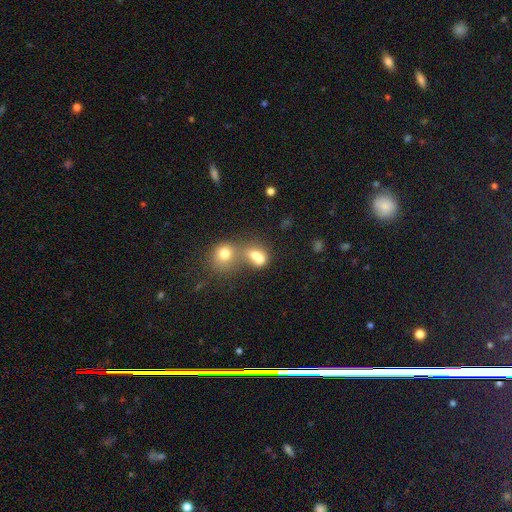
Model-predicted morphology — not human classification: smooth_or_featured: smooth (p=0.73) [alt: featured or disk p=0.15]
how_rounded: in between (p=0.59) [alt: round p=0.37]
merging: merger (p=0.61) [alt: none p=0.24]